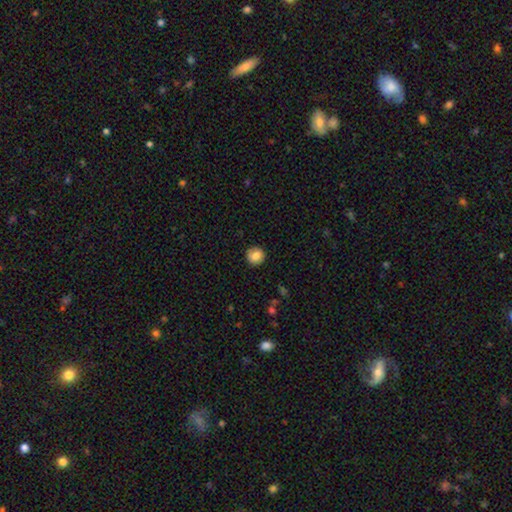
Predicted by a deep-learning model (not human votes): smooth_or_featured: smooth (p=0.81) [alt: featured or disk p=0.11]
how_rounded: round (p=0.91) [alt: in between p=0.08]
merging: none (p=0.86) [alt: minor disturbance p=0.10]